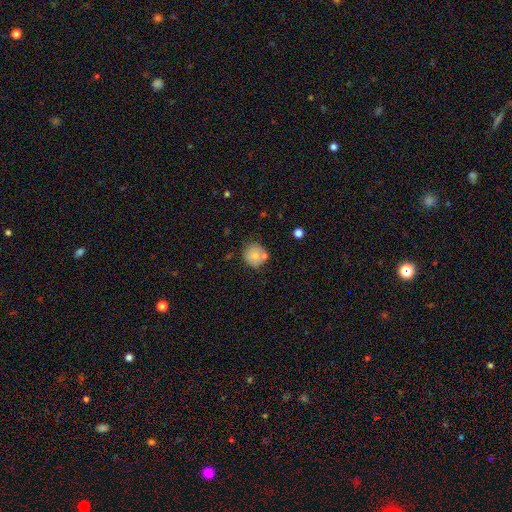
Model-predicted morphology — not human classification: A smooth galaxy with no disk features (76%) that is round (91%).

Vote fractions:
- Smooth or featured? smooth: 76% / featured or disk: 15% / star or artifact: 9%
- How rounded? round: 91% / in between: 8% / cigar-shaped: 1%
- Merging? none: 67% / merger: 15% / minor disturbance: 14% / major disturbance: 4%